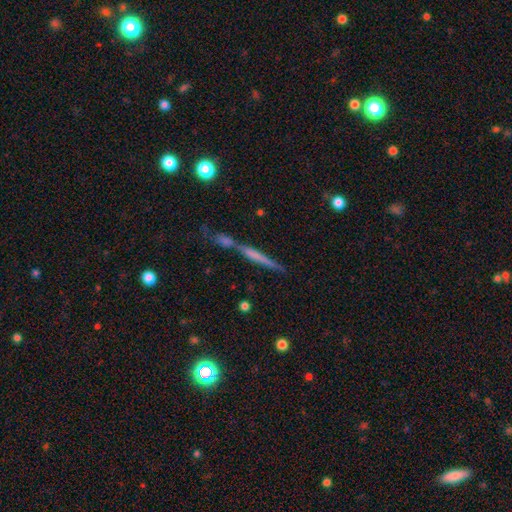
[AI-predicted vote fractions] Smooth or featured: featured or disk — 52% (smooth — 38%)
Edge-on disk: yes — 93% (no — 7%)
Merging: none — 54% (merger — 30%)